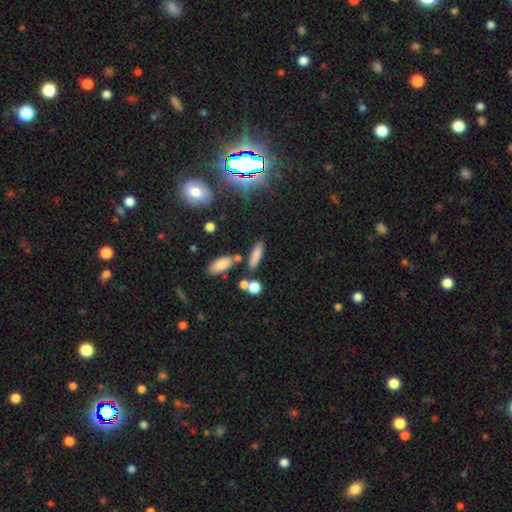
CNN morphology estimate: smooth-or-featured: smooth: 78% | star or artifact: 12% | featured or disk: 10%
  how-rounded: cigar-shaped: 60% | in between: 35% | round: 5%
  merging: none: 73% | minor disturbance: 12% | merger: 11% | major disturbance: 4%